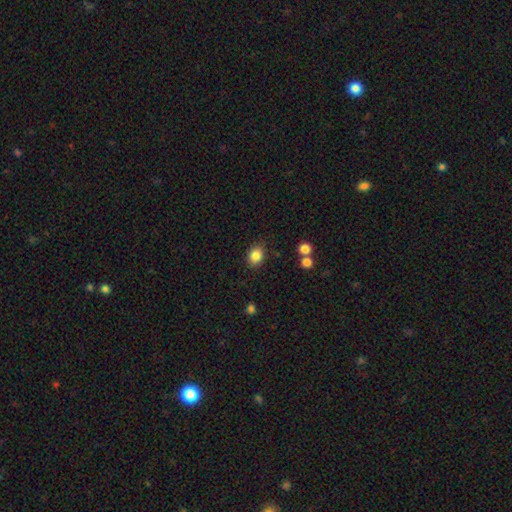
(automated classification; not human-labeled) Smooth or featured: smooth — 85% (star or artifact — 10%)
How rounded: round — 53% (in between — 46%)
Merging: none — 85% (minor disturbance — 10%)